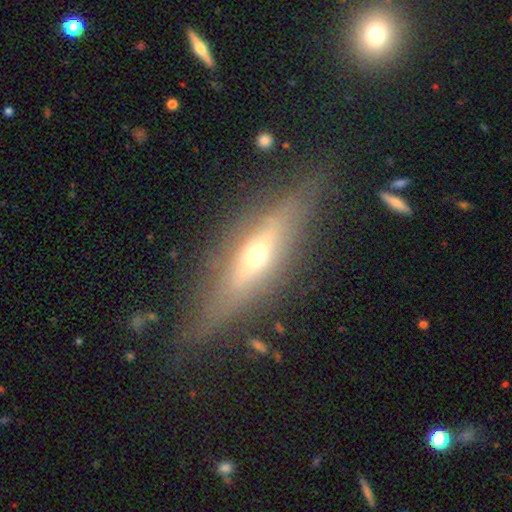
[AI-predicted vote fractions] A featured or disk galaxy (69%) viewed edge-on (89%) with a rounded central bulge (87%). Merging: none (78%).